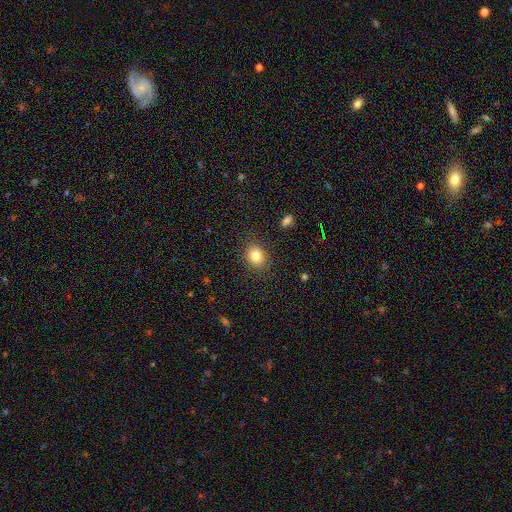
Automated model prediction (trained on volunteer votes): Smooth or featured? smooth (82%)
How rounded? round (59%)
Merging? none (87%)